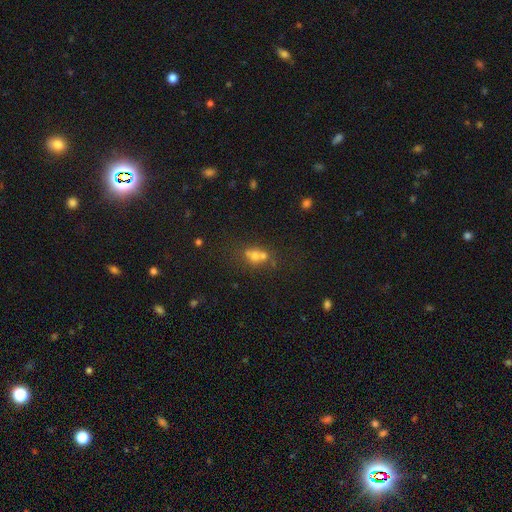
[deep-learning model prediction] Morphology: type=smooth (54%); roundness=round (70%); merging=merger (50%).